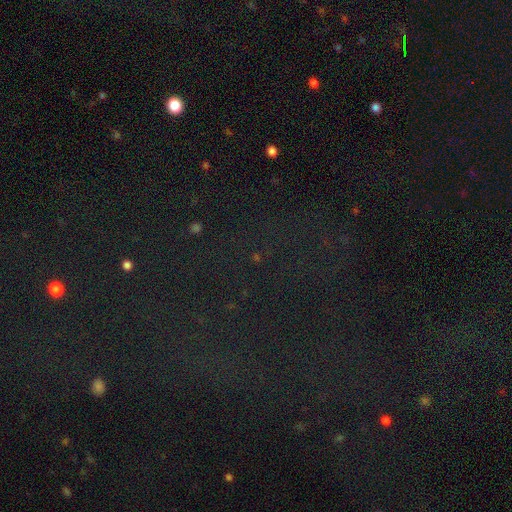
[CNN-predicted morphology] Overall: star or artifact (76%).